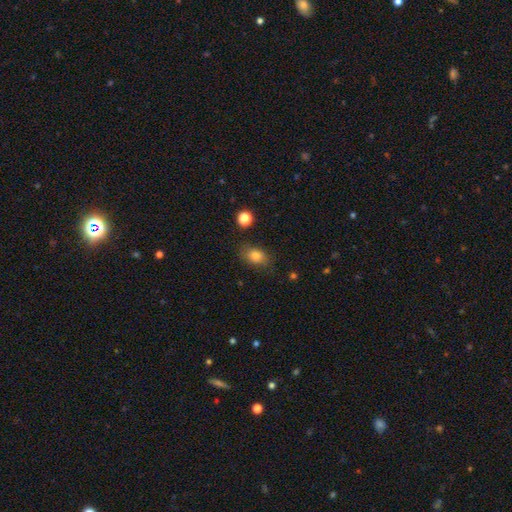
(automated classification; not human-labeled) A smooth galaxy with no disk features (82%) that is in between round and cigar-shaped (79%). Merging: none (76%).